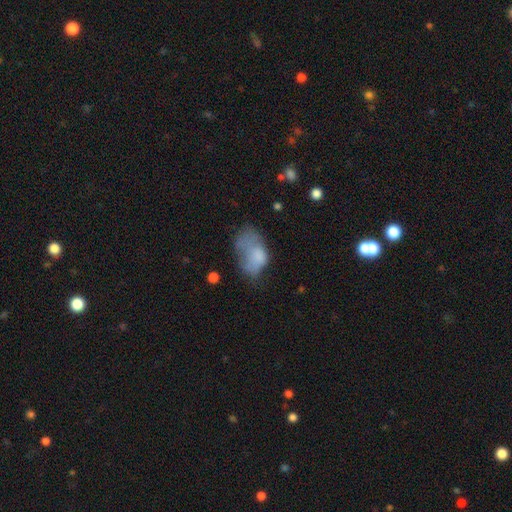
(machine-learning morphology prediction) type=smooth (64%); roundness=in between (88%); merging=major disturbance (42%).